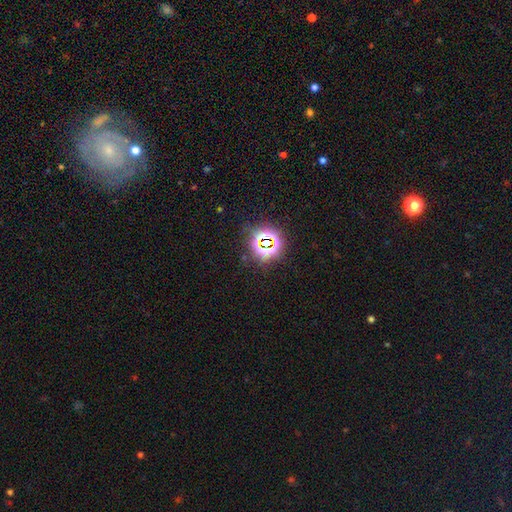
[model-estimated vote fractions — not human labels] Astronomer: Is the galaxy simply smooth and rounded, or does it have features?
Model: star or artifact — 75%.